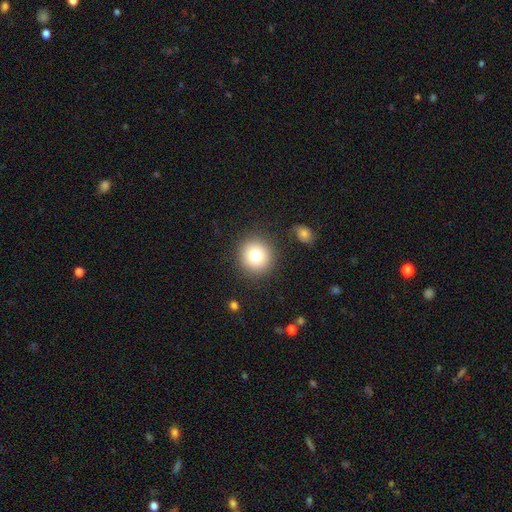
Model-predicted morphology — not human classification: Smooth or featured: smooth — 77% (star or artifact — 12%)
How rounded: round — 93% (in between — 6%)
Merging: none — 88% (minor disturbance — 7%)